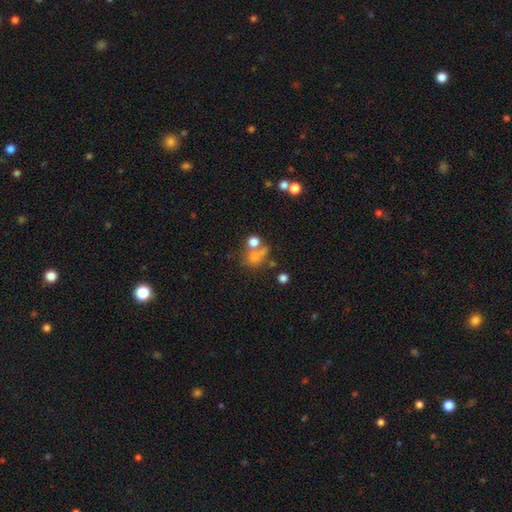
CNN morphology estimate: type=smooth (65%); roundness=round (74%); merging=merger (39%, tied with none).